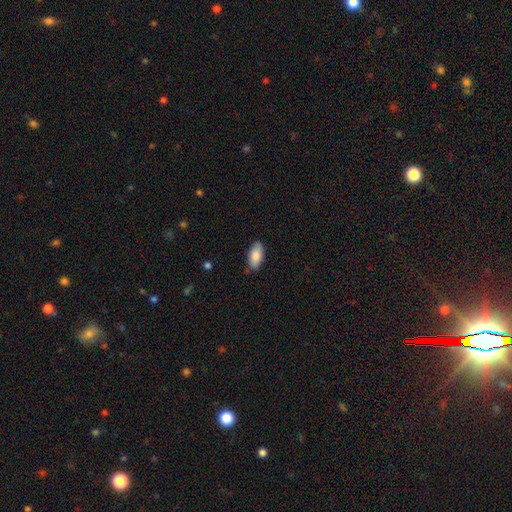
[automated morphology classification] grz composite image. It shows a smooth galaxy with no disk features (87%) that is in between round and cigar-shaped (93%). Merging: none (83%).